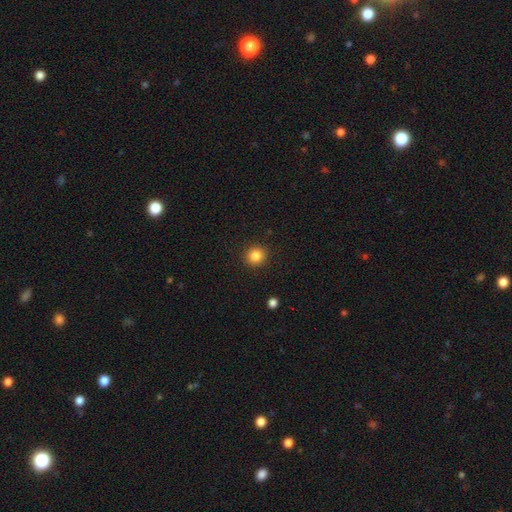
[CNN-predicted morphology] Smooth or featured: smooth — 84% (star or artifact — 11%)
How rounded: round — 91% (in between — 9%)
Merging: none — 91% (minor disturbance — 6%)